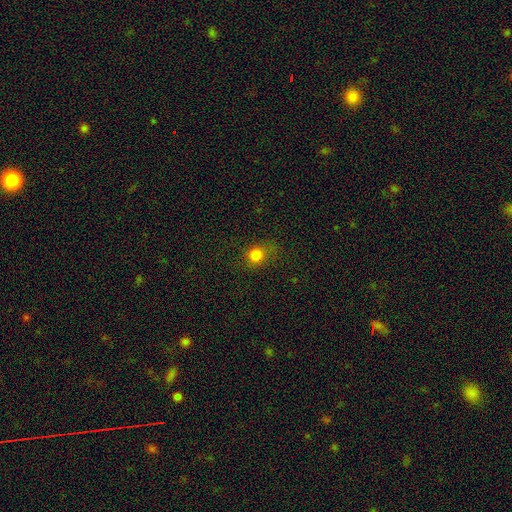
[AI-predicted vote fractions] smooth_or_featured: smooth (p=0.79) [alt: star or artifact p=0.14]
how_rounded: round (p=0.76) [alt: in between p=0.23]
merging: none (p=0.76) [alt: minor disturbance p=0.16]